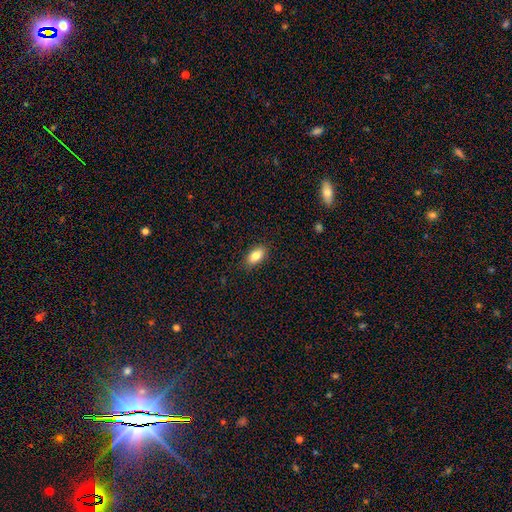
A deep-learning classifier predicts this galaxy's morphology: A smooth galaxy with no disk features (83%) that is in between round and cigar-shaped (91%). Merging: none (88%).